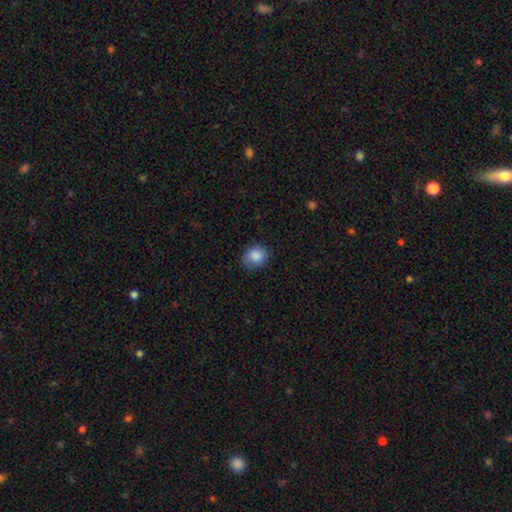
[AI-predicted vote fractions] smooth 87%, star or artifact 8%, featured or disk 5%. Down the decision tree: how rounded — round (66%); merging — none (80%).